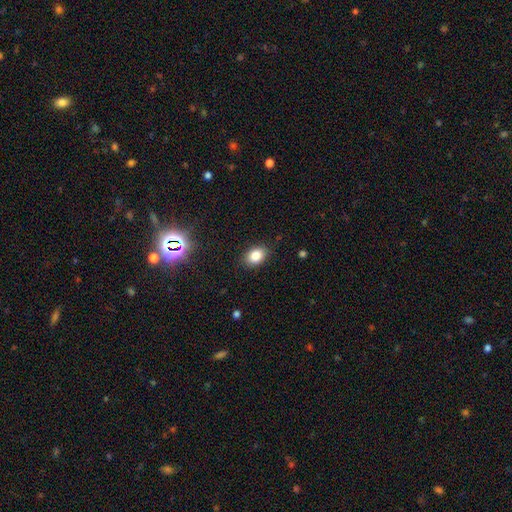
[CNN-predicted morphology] type=smooth (83%); roundness=in between (75%); merging=none (86%).